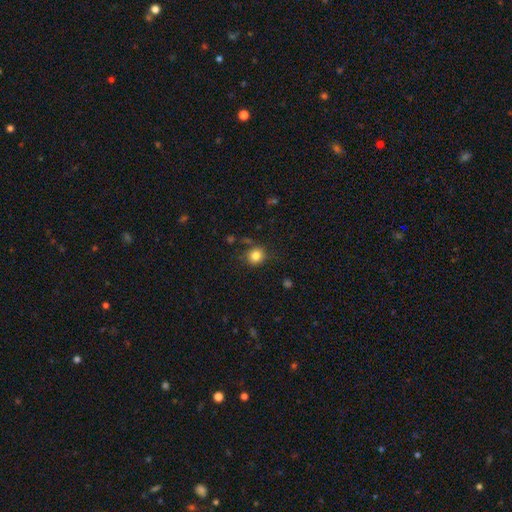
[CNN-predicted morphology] smooth 83%, star or artifact 11%, featured or disk 6%. Down the decision tree: how rounded — round (84%); merging — none (80%).